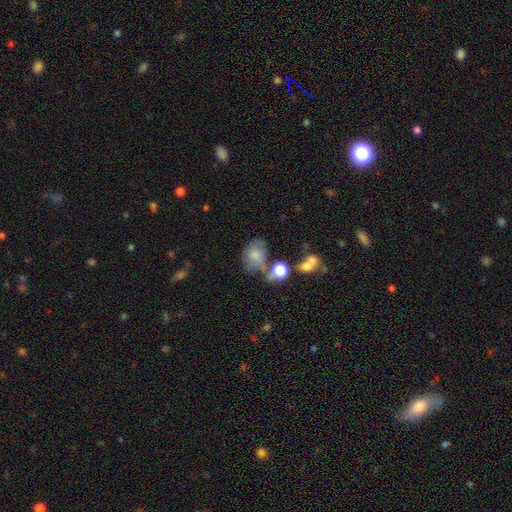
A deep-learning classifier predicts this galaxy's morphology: Q: Smooth or featured?
A: smooth (68%); runner-up: featured or disk (22%)
Q: How rounded?
A: in between (64%); runner-up: round (34%)
Q: Merging?
A: none (36%); runner-up: merger (24%)